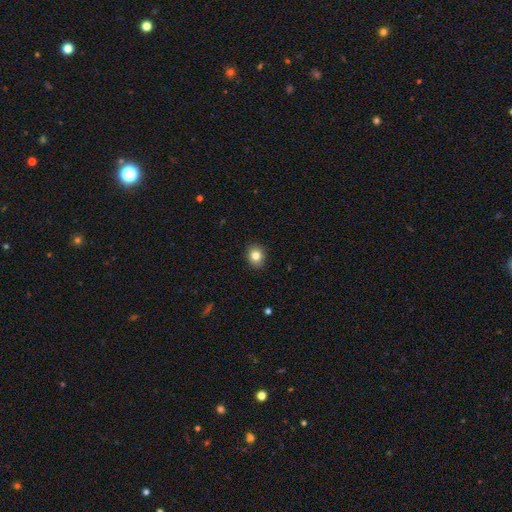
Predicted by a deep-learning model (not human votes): Smooth or featured? Predicted: smooth (p=0.82). How rounded? Predicted: round (p=0.64). Merging? Predicted: none (p=0.90).